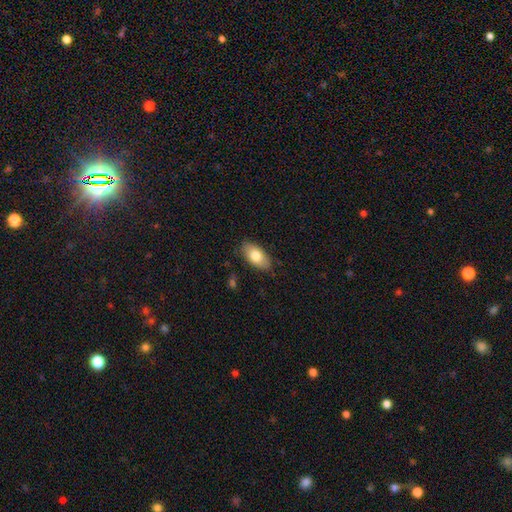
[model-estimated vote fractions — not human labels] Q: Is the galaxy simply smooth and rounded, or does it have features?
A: smooth — 79%.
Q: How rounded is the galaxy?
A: in between — 92%.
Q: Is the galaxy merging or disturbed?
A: none — 84%.